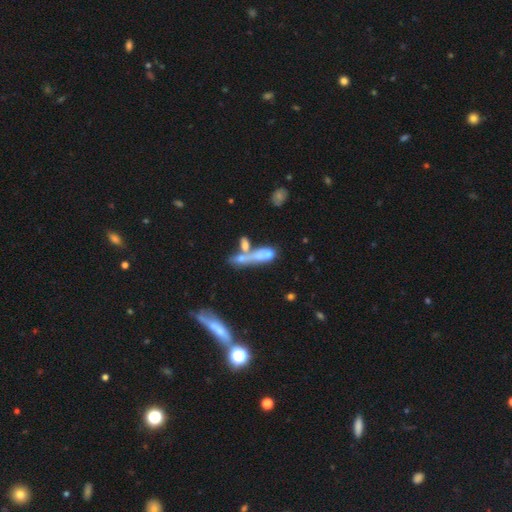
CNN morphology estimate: This appears to be a smooth galaxy with no disk features (50%) that is cigar-shaped (58%). Merging: merger (52%).